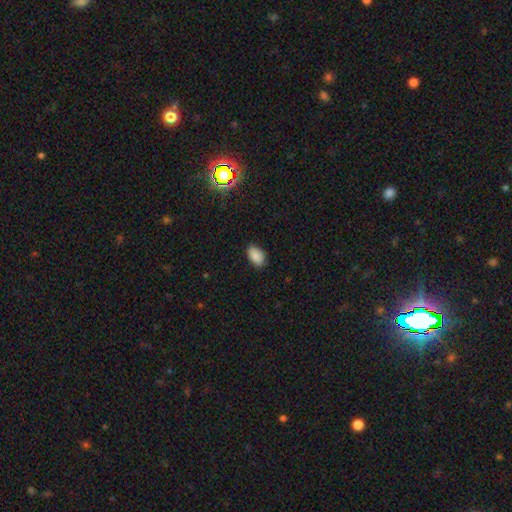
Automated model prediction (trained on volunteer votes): The model was most divided on "merging": none: 85%, minor disturbance: 12%, major disturbance: 2%, merger: 1%. More confident: how rounded — in between (91%); smooth or featured — smooth (87%).